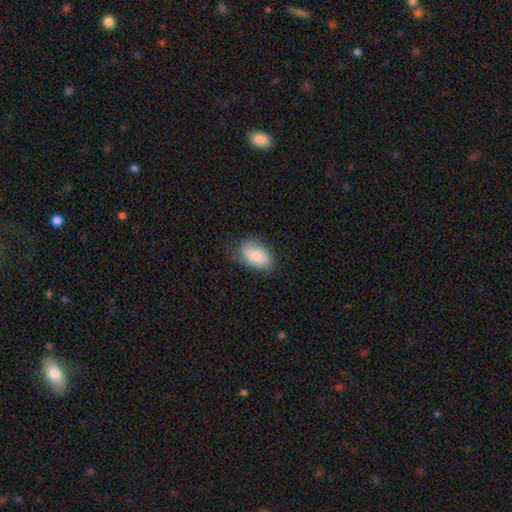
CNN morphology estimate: A smooth galaxy with no disk features (81%) that is in between round and cigar-shaped (92%).

Vote fractions:
- Smooth or featured? smooth: 81% / featured or disk: 12% / star or artifact: 6%
- How rounded? in between: 92% / round: 7% / cigar-shaped: 2%
- Merging? none: 72% / minor disturbance: 21% / major disturbance: 6% / merger: 1%